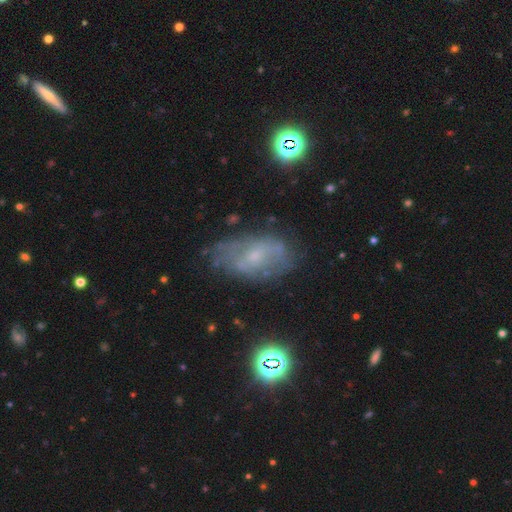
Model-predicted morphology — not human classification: This is possibly a featured or disk galaxy (56%). It is clearly not viewed edge-on (93%). Bar: possibly no (60%). Spiral arm pattern: possibly yes (60%). Central bulge: likely small (66%). Merging: likely none (63%).